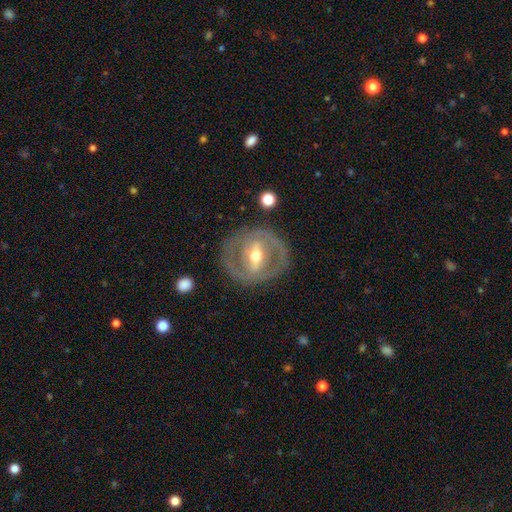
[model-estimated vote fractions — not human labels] Smooth or featured?
  - featured or disk: 77% *
  - smooth: 17%
  - star or artifact: 5%
Edge-on disk?
  - no: 92% *
  - yes: 8%
Bar?
  - strong: 54% *
  - weak: 31%
  - no: 16%
Spiral arms?
  - no: 52% *
  - yes: 48%
Bulge size?
  - moderate: 72% *
  - small: 20%
  - large: 6%
  - none: 1%
  - dominant: 1%
Merging?
  - none: 79% *
  - minor disturbance: 12%
  - major disturbance: 7%
  - merger: 2%